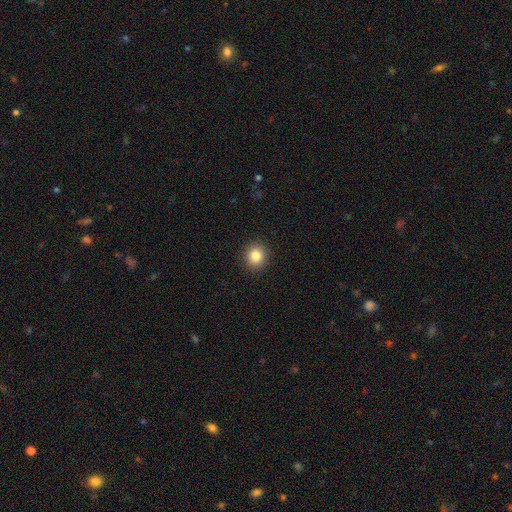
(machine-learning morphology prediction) Smooth or featured? smooth (84%)
How rounded? round (86%)
Merging? none (92%)